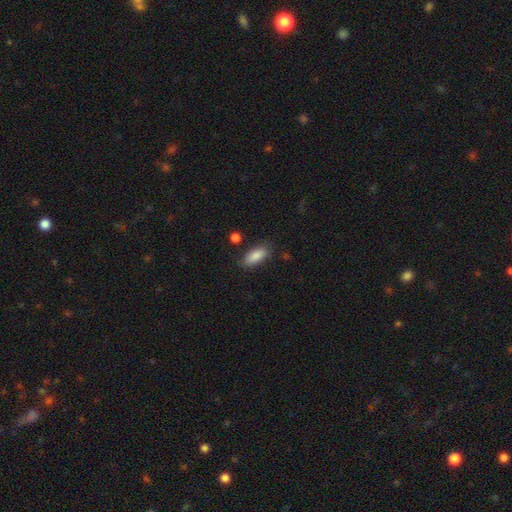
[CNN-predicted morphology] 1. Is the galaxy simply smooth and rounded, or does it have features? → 87% smooth, 7% star or artifact, 6% featured or disk.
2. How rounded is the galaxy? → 81% in between, 16% cigar-shaped, 2% round.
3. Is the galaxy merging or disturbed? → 82% none, 13% minor disturbance, 3% major disturbance, 2% merger.